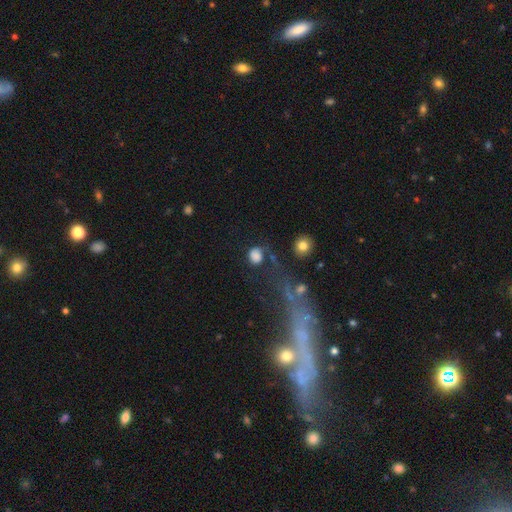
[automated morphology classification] type=smooth (77%); roundness=round (70%); merging=none (53%).